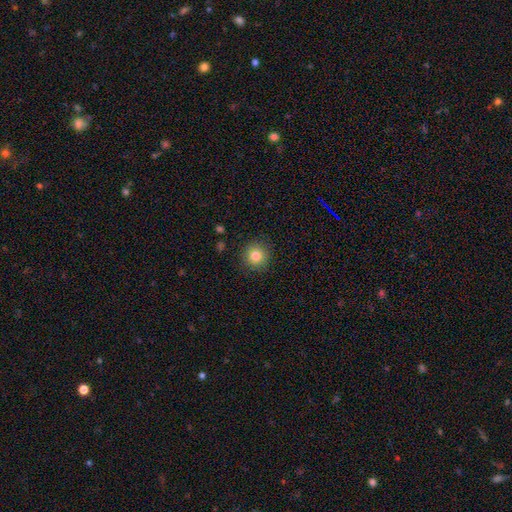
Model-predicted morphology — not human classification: Smooth or featured? smooth (83%)
How rounded? round (92%)
Merging? none (90%)